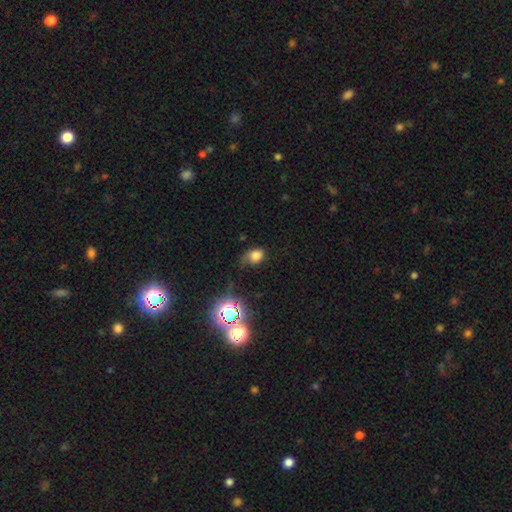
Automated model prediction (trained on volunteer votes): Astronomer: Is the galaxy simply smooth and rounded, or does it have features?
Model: smooth — 73%.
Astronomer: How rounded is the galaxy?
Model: in between — 64%.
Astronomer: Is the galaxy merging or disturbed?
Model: none — 43% (runner-up: minor disturbance, 35%).